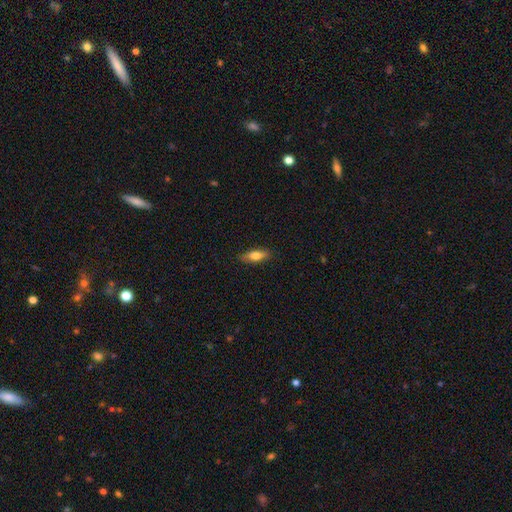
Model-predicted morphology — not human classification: This appears to be a smooth galaxy with no disk features (70%) that is in between round and cigar-shaped (60%). Merging: none (86%).